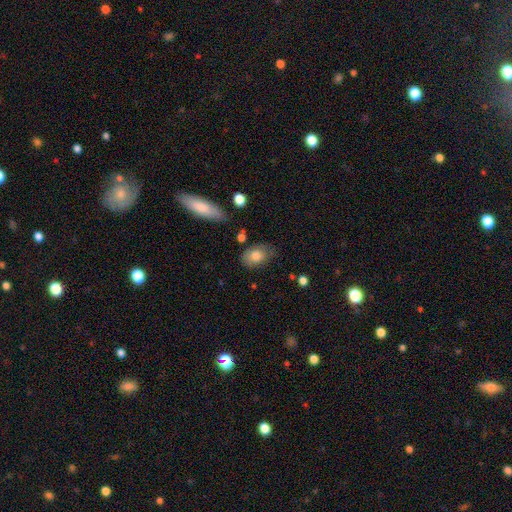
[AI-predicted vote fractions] This appears to be a smooth galaxy with no disk features (77%) that is in between round and cigar-shaped (85%). Merging: none (68%).